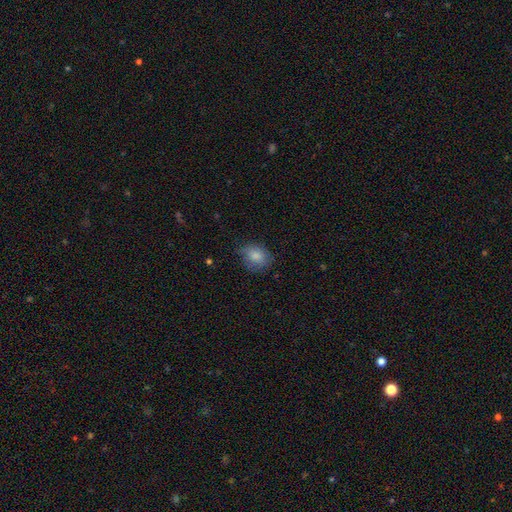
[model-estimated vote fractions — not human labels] Morphology: type=smooth (83%); roundness=round (55%); merging=none (65%).